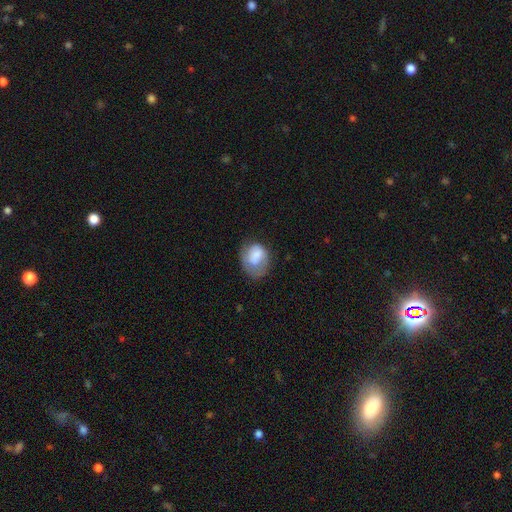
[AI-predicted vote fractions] Overall: smooth (71%). How rounded: in between (55%; round 44%). Merging: none (43%; minor disturbance 31%).